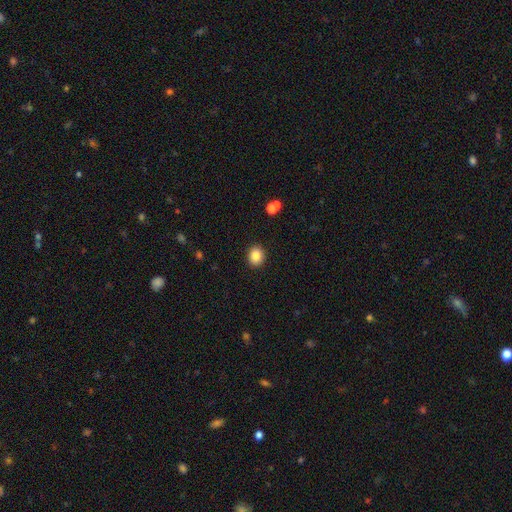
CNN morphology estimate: Q: Smooth or featured?
A: smooth (85%); runner-up: star or artifact (10%)
Q: How rounded?
A: round (72%); runner-up: in between (28%)
Q: Merging?
A: none (91%); runner-up: minor disturbance (6%)